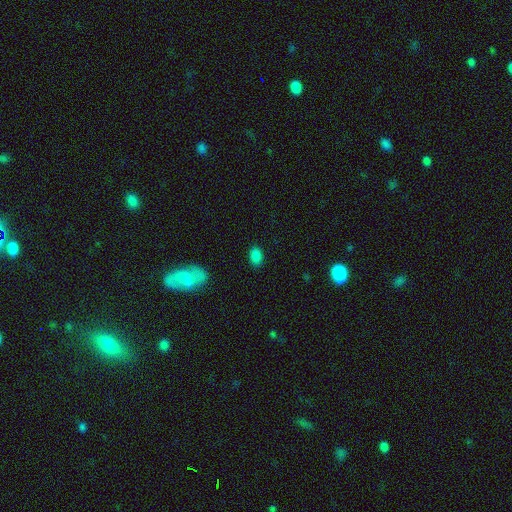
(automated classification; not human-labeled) Morphology: type=smooth (84%); roundness=in between (86%); merging=none (86%).